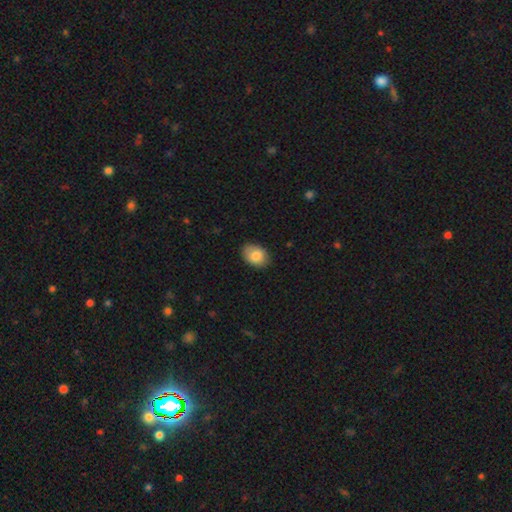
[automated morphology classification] A smooth galaxy with no disk features (84%) that is in between round and cigar-shaped (77%). Merging: none (85%).